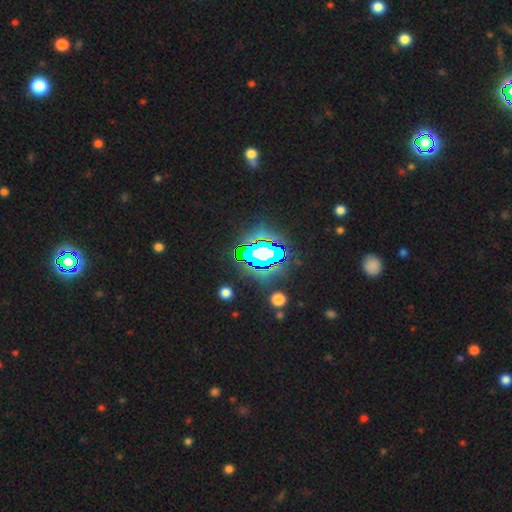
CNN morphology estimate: type=star or artifact (84%).